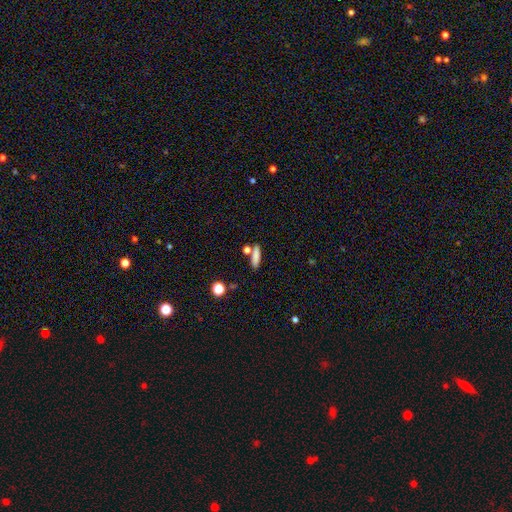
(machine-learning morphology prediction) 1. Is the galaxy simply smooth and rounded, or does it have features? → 82% smooth, 9% star or artifact, 9% featured or disk.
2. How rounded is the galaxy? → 64% cigar-shaped, 32% in between, 4% round.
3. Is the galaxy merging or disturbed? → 73% none, 12% merger, 11% minor disturbance, 3% major disturbance.